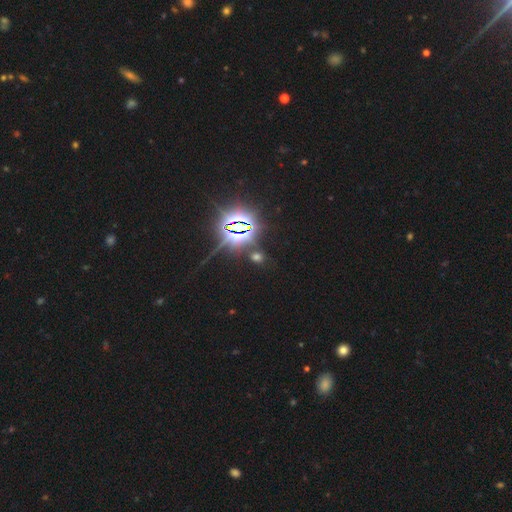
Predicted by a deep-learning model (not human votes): star or artifact 84%, smooth 9%, featured or disk 7%.